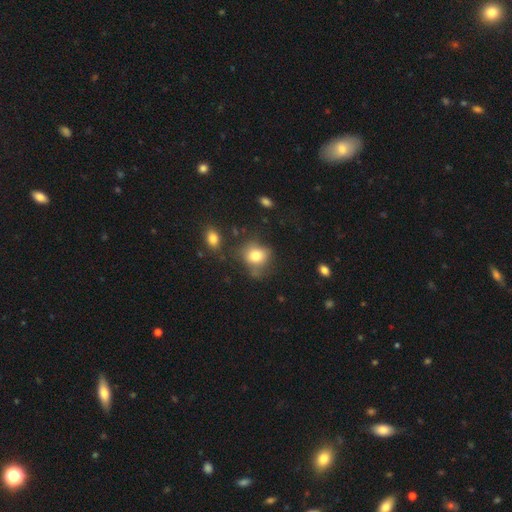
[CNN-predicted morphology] smooth-or-featured: smooth: 76% | featured or disk: 12% | star or artifact: 11%
  how-rounded: round: 68% | in between: 31% | cigar-shaped: 1%
  merging: none: 59% | minor disturbance: 25% | major disturbance: 10% | merger: 6%